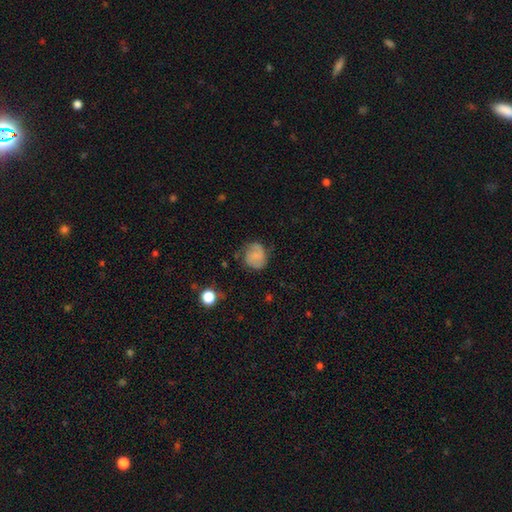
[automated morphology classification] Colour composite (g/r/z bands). It shows a smooth galaxy with no disk features (50%). Merging: none (62%).